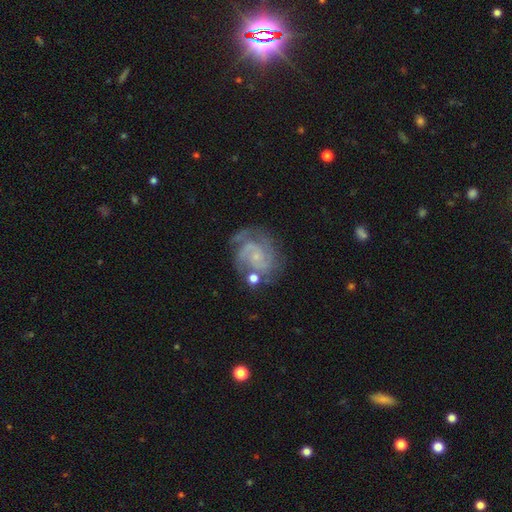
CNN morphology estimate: This appears to be a featured or disk galaxy (86%) with no bar (66%), 2 (45%) tight (52%) spiral arms (97%) and a small central bulge (79%). Merging: none (65%).